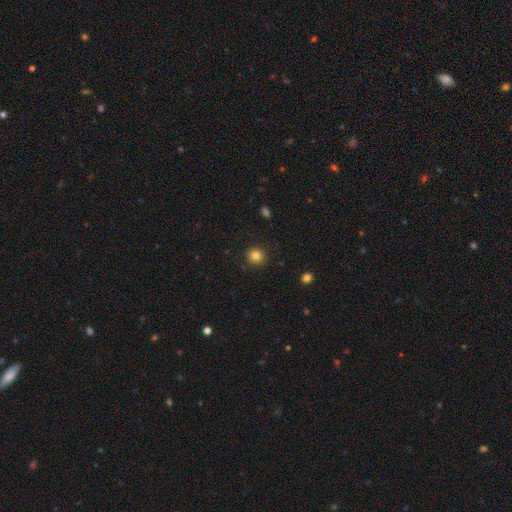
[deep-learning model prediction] This appears to be a smooth galaxy with no disk features (83%) that is round (92%). Merging: none (91%).